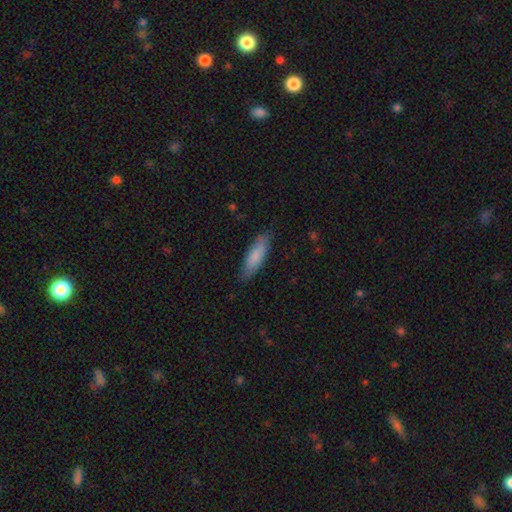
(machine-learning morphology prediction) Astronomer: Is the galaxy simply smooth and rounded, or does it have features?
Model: smooth — 80%.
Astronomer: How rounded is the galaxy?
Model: cigar-shaped — 54% (runner-up: in between, 45%).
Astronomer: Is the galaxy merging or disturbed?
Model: none — 83%.